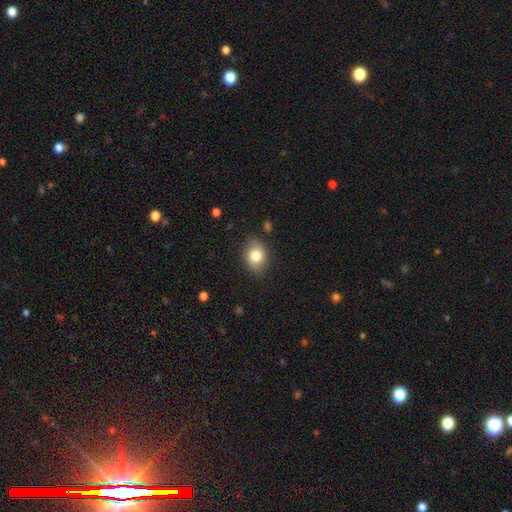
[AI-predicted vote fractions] smooth 79%, featured or disk 13%, star or artifact 9%. Down the decision tree: how rounded — in between (59%); merging — none (81%).